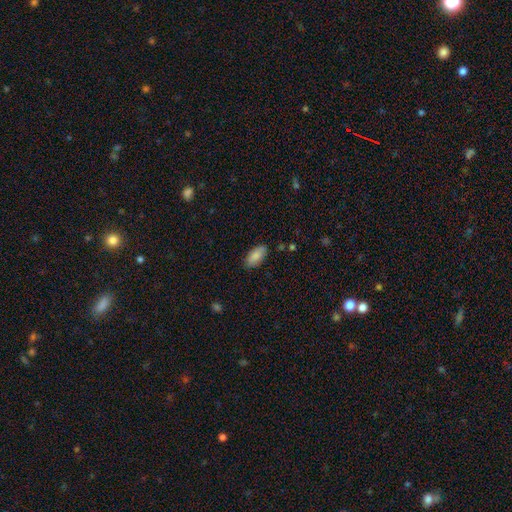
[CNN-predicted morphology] smooth_or_featured: smooth (p=0.85) [alt: featured or disk p=0.08]
how_rounded: in between (p=0.91) [alt: cigar-shaped p=0.07]
merging: none (p=0.83) [alt: minor disturbance p=0.13]